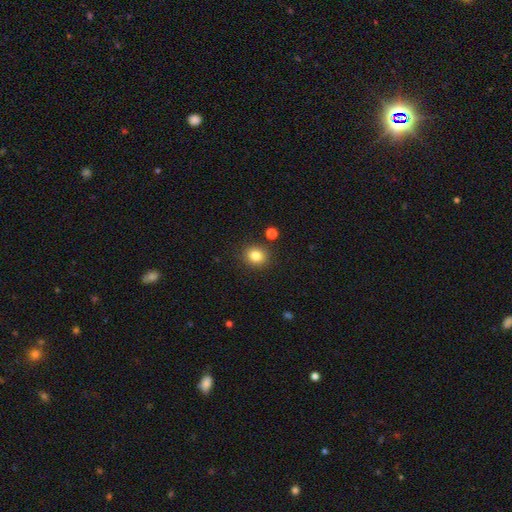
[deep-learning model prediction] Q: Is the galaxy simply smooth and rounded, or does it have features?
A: smooth — 83%.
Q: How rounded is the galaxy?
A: round — 76%.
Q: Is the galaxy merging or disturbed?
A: none — 86%.